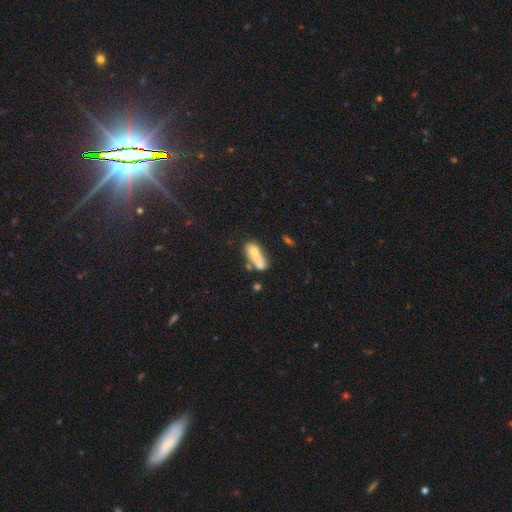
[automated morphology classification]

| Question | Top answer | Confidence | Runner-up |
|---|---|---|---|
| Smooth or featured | smooth | 58% | featured or disk (32%) |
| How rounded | in between | 74% | cigar-shaped (18%) |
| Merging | merger | 50% | none (27%) |